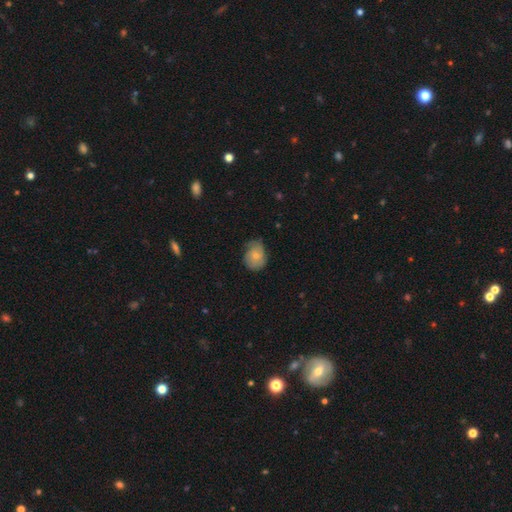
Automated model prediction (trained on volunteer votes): smooth-or-featured: smooth: 58% | featured or disk: 34% | star or artifact: 7%
  how-rounded: in between: 53% | round: 45% | cigar-shaped: 1%
  merging: none: 54% | minor disturbance: 35% | major disturbance: 10% | merger: 1%